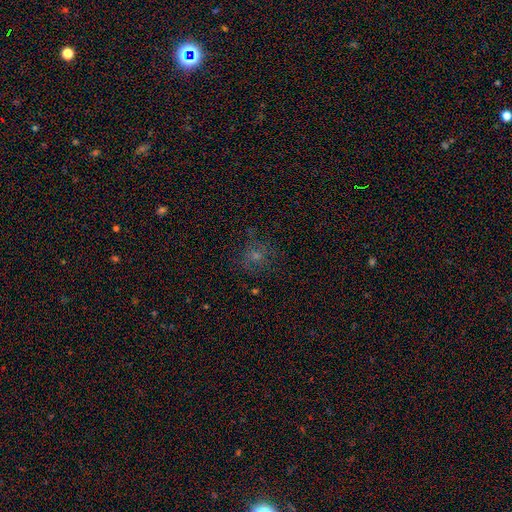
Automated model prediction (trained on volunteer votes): A smooth galaxy with no disk features (48%).

Vote fractions:
- Smooth or featured? smooth: 48% / star or artifact: 27% / featured or disk: 24%
- Merging? none: 72% / minor disturbance: 16% / major disturbance: 9% / merger: 2%